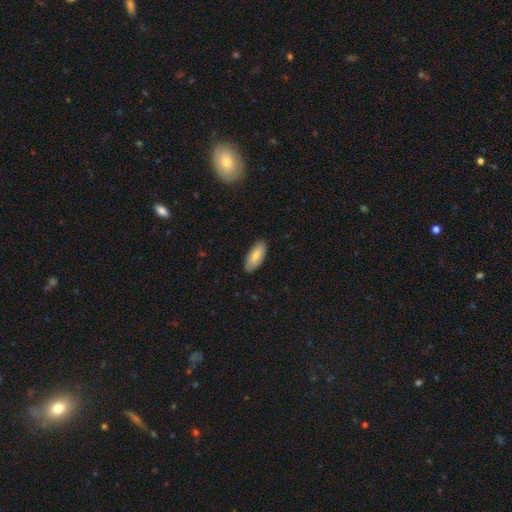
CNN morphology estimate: Smooth or featured? smooth (75%)
How rounded? in between (85%)
Merging? none (86%)